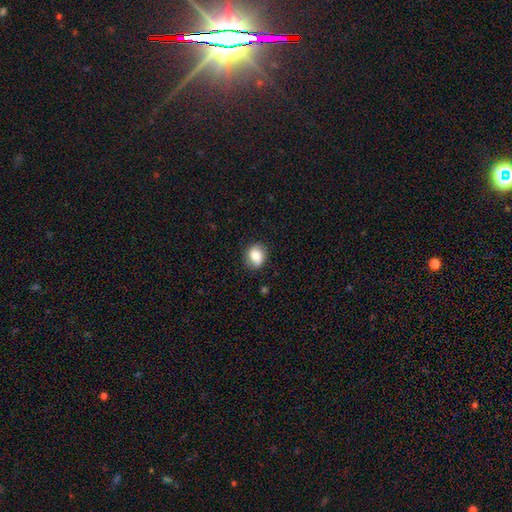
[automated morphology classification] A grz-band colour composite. It shows a smooth galaxy with no disk features (78%) that is round (60%). Merging: none (79%).